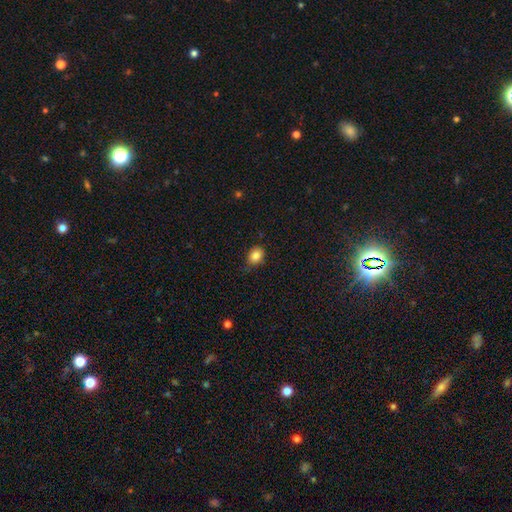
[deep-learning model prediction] Morphology: type=smooth (84%); roundness=in between (58%); merging=none (69%).